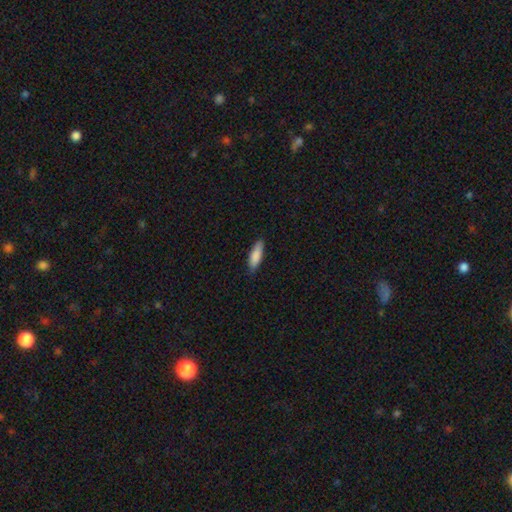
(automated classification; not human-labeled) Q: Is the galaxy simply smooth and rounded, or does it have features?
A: smooth — 86%.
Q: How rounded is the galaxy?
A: in between — 49%, tied with cigar-shaped.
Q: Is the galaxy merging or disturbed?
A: none — 84%.